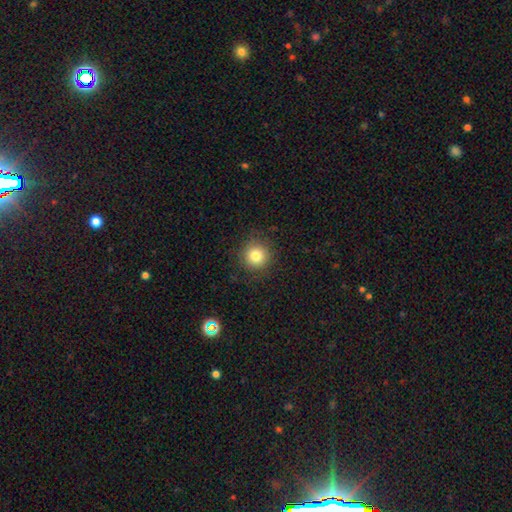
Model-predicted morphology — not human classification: The model was most divided on "smooth or featured": smooth: 81%, star or artifact: 12%, featured or disk: 8%. More confident: how rounded — round (94%); merging — none (87%).